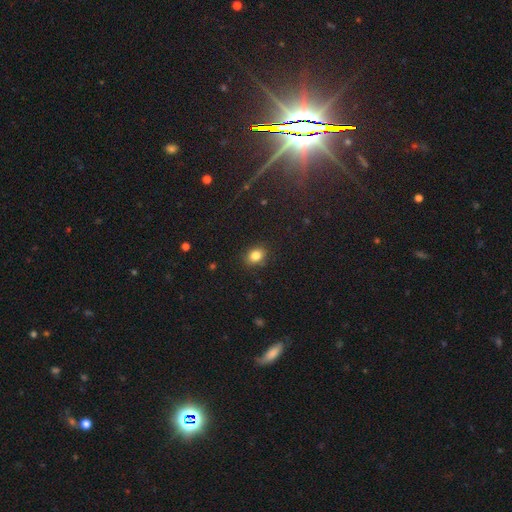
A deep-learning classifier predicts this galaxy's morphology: smooth 83%, star or artifact 11%, featured or disk 6%. Down the decision tree: how rounded — in between (55%); merging — none (87%).